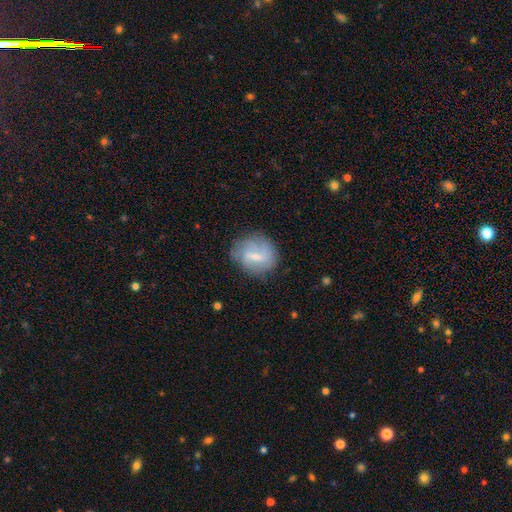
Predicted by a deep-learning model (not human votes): Smooth or featured?
  - featured or disk: 47% *
  - smooth: 45%
  - star or artifact: 8%
Merging?
  - none: 68% *
  - minor disturbance: 21%
  - major disturbance: 9%
  - merger: 2%